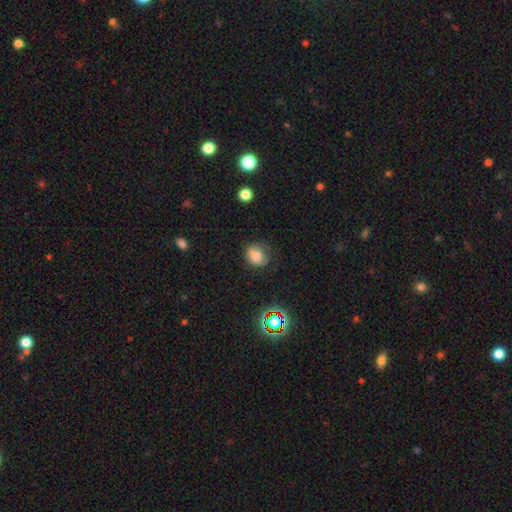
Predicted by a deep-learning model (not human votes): This appears to be a smooth galaxy with no disk features (69%) that is round (64%). Merging: none (54%).